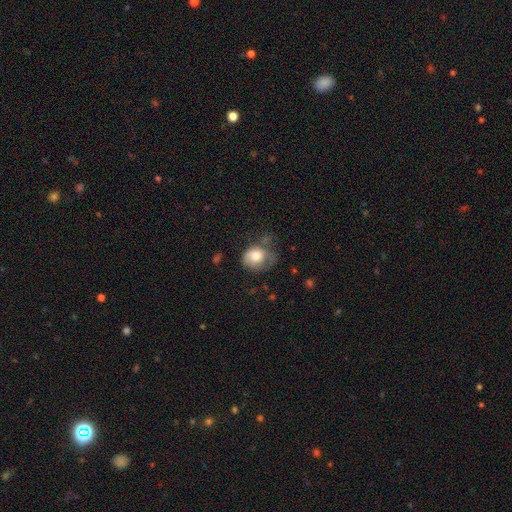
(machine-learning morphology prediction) smooth-or-featured: smooth: 72% | featured or disk: 20% | star or artifact: 8%
  how-rounded: round: 58% | in between: 41% | cigar-shaped: 1%
  merging: minor disturbance: 33% (tied) | none: 33% (tied) | major disturbance: 28% | merger: 5%